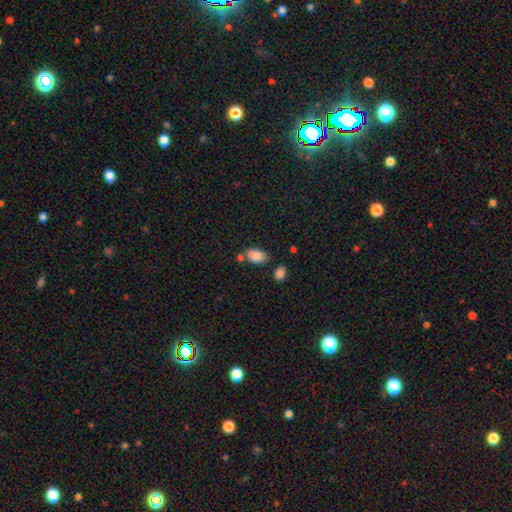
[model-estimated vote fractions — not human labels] Smooth or featured?
  - smooth: 85% *
  - star or artifact: 8%
  - featured or disk: 7%
How rounded?
  - in between: 91% *
  - round: 8%
  - cigar-shaped: 2%
Merging?
  - none: 62% *
  - minor disturbance: 19%
  - merger: 14%
  - major disturbance: 5%